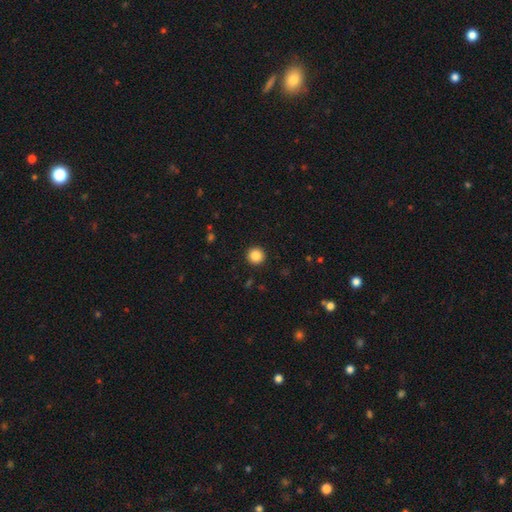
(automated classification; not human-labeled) Smooth or featured?
  - smooth: 87% *
  - star or artifact: 10%
  - featured or disk: 3%
How rounded?
  - round: 96% *
  - in between: 3%
  - cigar-shaped: 1%
Merging?
  - none: 93% *
  - minor disturbance: 4%
  - major disturbance: 2%
  - merger: 1%